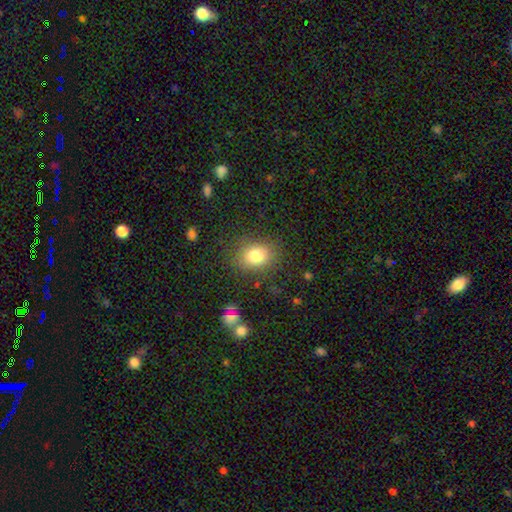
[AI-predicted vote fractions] A smooth galaxy with no disk features (81%) that is in between round and cigar-shaped (53%).

Vote fractions:
- Smooth or featured? smooth: 81% / star or artifact: 11% / featured or disk: 9%
- How rounded? in between: 53% / round: 46% / cigar-shaped: 1%
- Merging? none: 81% / minor disturbance: 12% / major disturbance: 5% / merger: 2%